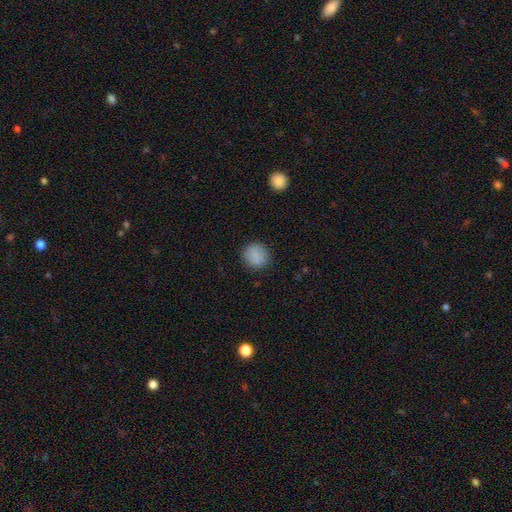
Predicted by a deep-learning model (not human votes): Smooth or featured: smooth — 87% (star or artifact — 8%)
How rounded: round — 87% (in between — 12%)
Merging: none — 87% (minor disturbance — 9%)